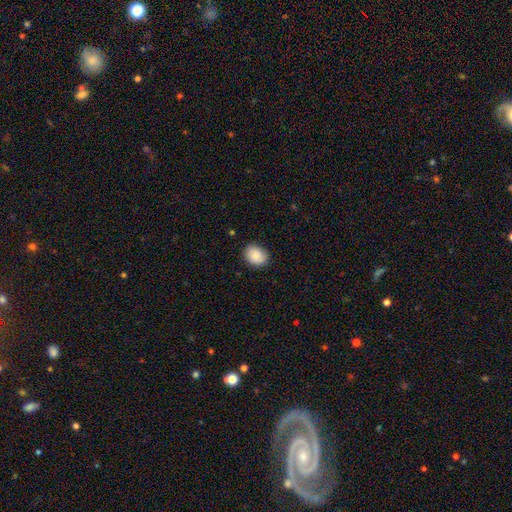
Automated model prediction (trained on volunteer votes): smooth 87%, star or artifact 7%, featured or disk 6%. Down the decision tree: how rounded — in between (56%); merging — none (85%).